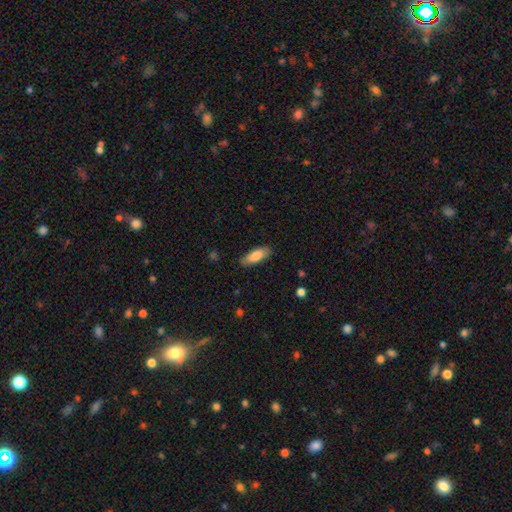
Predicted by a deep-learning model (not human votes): This appears to be a smooth galaxy with no disk features (81%) that is in between round and cigar-shaped (69%). Merging: none (85%).